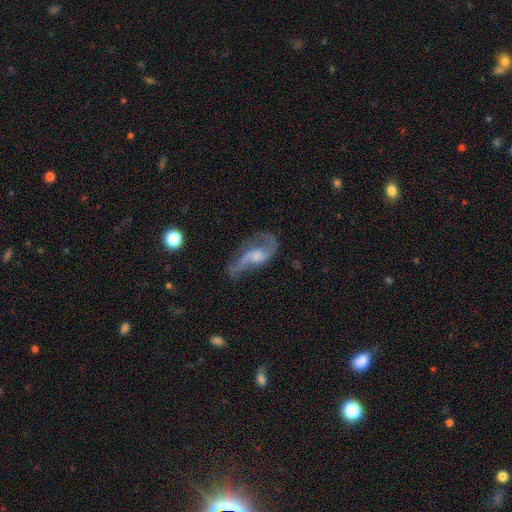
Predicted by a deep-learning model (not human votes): Q: Smooth or featured?
A: featured or disk (80%); runner-up: smooth (13%)
Q: Edge-on disk?
A: no (93%); runner-up: yes (7%)
Q: Bar?
A: no (52%); runner-up: weak (38%)
Q: Spiral arms?
A: yes (91%); runner-up: no (9%)
Q: Spiral winding?
A: loose (73%); runner-up: medium (22%)
Q: Spiral arm count?
A: 2 (86%); runner-up: 1 (6%)
Q: Bulge size?
A: moderate (42%); runner-up: small (31%)
Q: Merging?
A: none (49%); runner-up: major disturbance (25%)